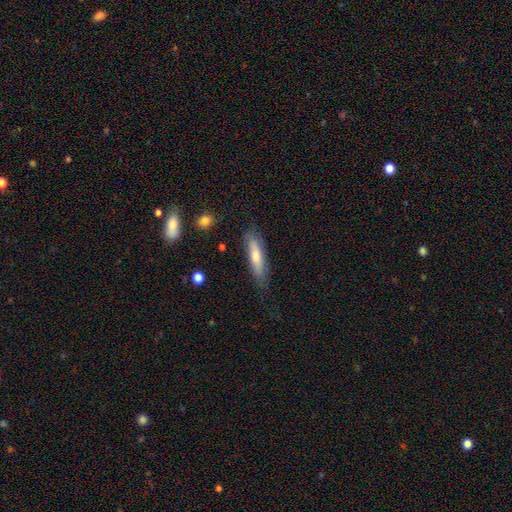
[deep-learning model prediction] Overall: smooth (62%; featured or disk 32%). How rounded: cigar-shaped (77%). Merging: none (75%).